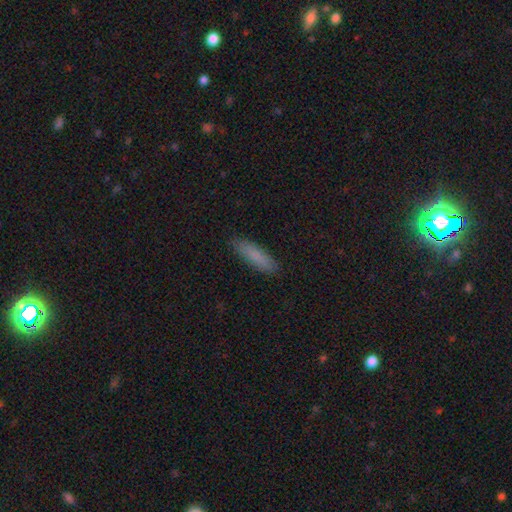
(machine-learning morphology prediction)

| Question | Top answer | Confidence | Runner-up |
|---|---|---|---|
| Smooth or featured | smooth | 84% | featured or disk (9%) |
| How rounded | cigar-shaped | 66% | in between (32%) |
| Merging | none | 88% | minor disturbance (9%) |